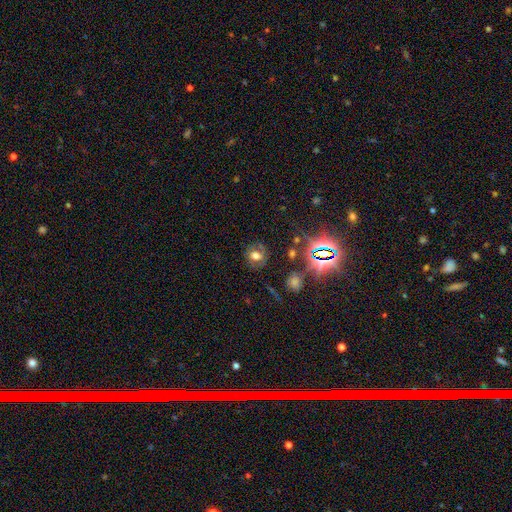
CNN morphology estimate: smooth_or_featured: smooth (p=0.49) [alt: featured or disk p=0.29]
merging: none (p=0.73) [alt: minor disturbance p=0.16]